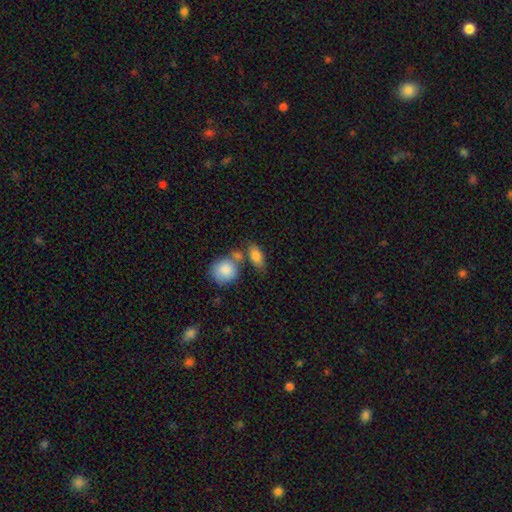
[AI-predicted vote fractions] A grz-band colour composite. It shows a smooth galaxy with no disk features (83%) that is in between round and cigar-shaped (83%). Merging: none (51%).